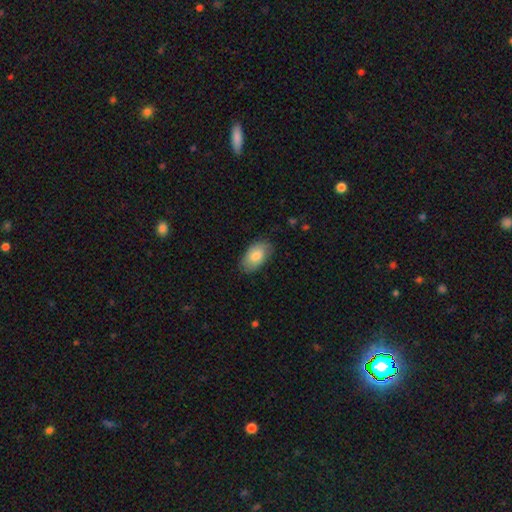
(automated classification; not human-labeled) This appears to be a smooth galaxy with no disk features (80%) that is in between round and cigar-shaped (94%). Merging: none (80%).